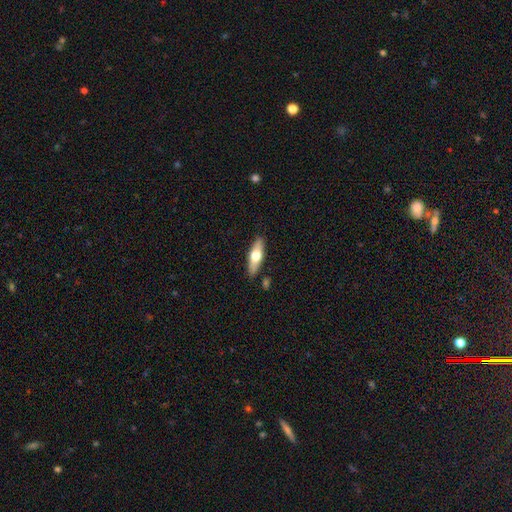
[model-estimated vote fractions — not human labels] A smooth galaxy with no disk features (54%) that is in between round and cigar-shaped (51%). Merging: none (85%).